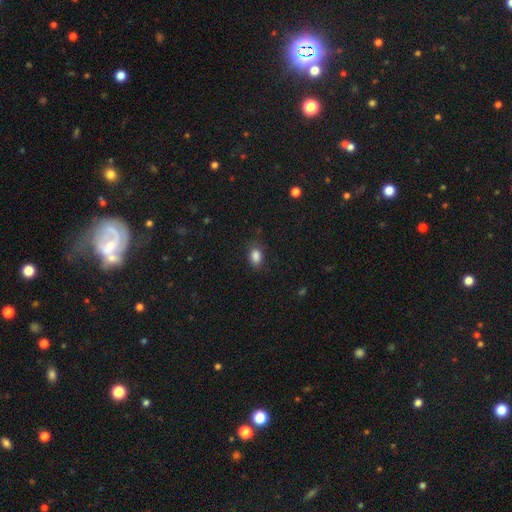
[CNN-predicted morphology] smooth_or_featured: smooth (p=0.86) [alt: star or artifact p=0.10]
how_rounded: in between (p=0.82) [alt: round p=0.17]
merging: none (p=0.79) [alt: minor disturbance p=0.16]